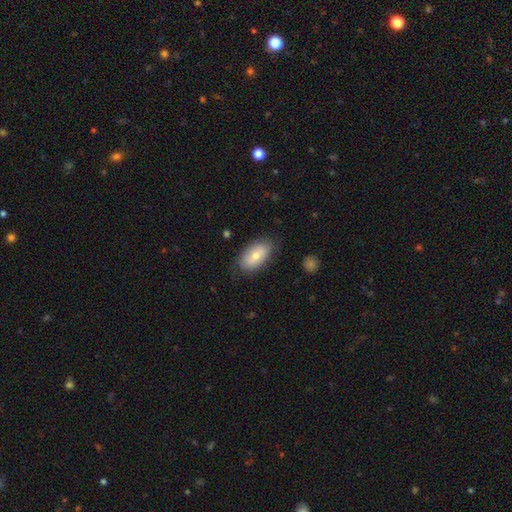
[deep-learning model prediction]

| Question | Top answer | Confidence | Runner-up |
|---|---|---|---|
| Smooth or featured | smooth | 67% | featured or disk (26%) |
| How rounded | in between | 93% | round (5%) |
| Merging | none | 76% | minor disturbance (18%) |